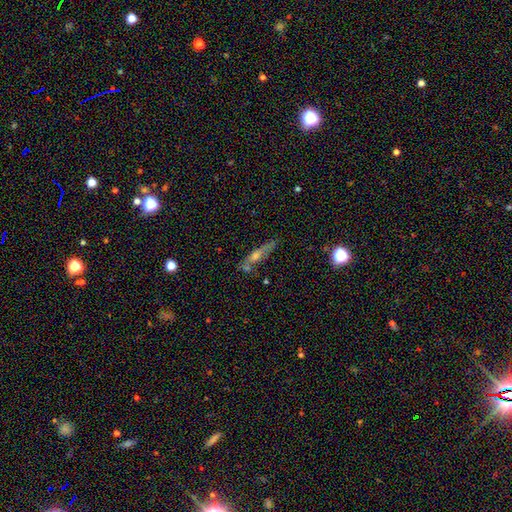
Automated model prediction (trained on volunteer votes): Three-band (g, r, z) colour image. It shows a featured or disk galaxy (59%) viewed edge-on (86%) with a rounded central bulge (82%). Merging: none (71%).